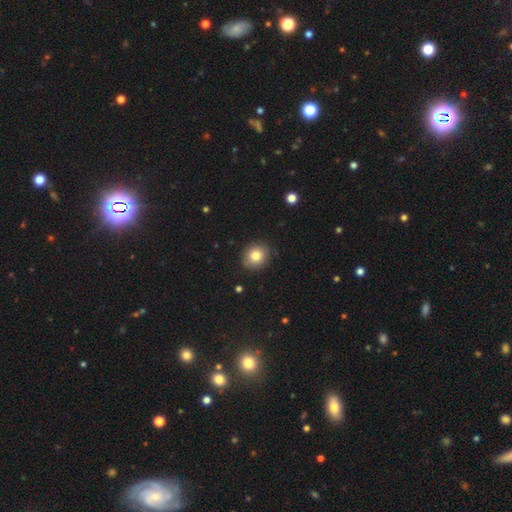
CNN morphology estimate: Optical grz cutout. It shows a smooth galaxy with no disk features (81%) that is round (82%). Merging: none (87%).